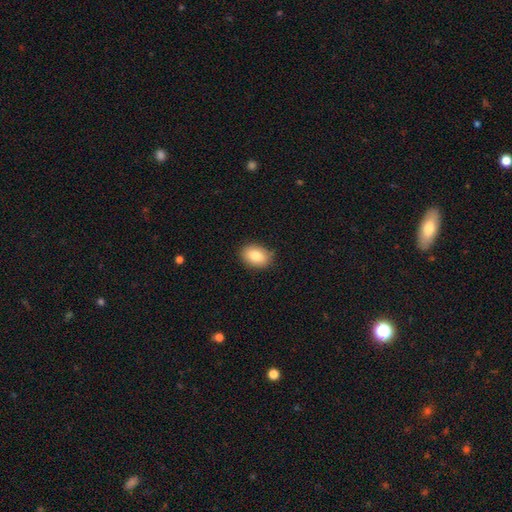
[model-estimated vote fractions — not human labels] smooth-or-featured: smooth: 83% | featured or disk: 9% | star or artifact: 8%
  how-rounded: in between: 79% | round: 19% | cigar-shaped: 1%
  merging: none: 85% | minor disturbance: 11% | major disturbance: 2% | merger: 1%